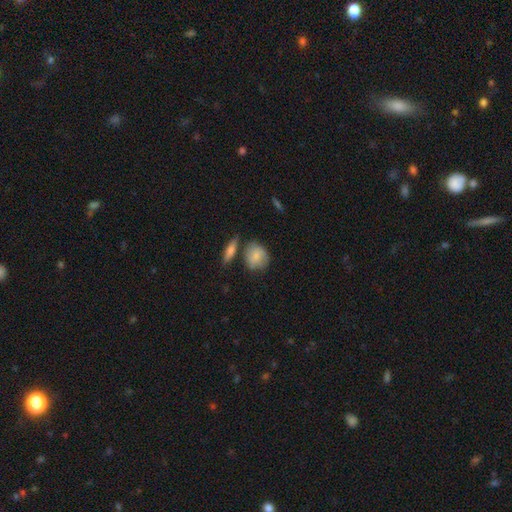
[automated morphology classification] A smooth galaxy with no disk features (73%) that is round (66%).

Vote fractions:
- Smooth or featured? smooth: 73% / featured or disk: 20% / star or artifact: 7%
- How rounded? round: 66% / in between: 32% / cigar-shaped: 2%
- Merging? none: 57% / minor disturbance: 23% / merger: 14% / major disturbance: 6%